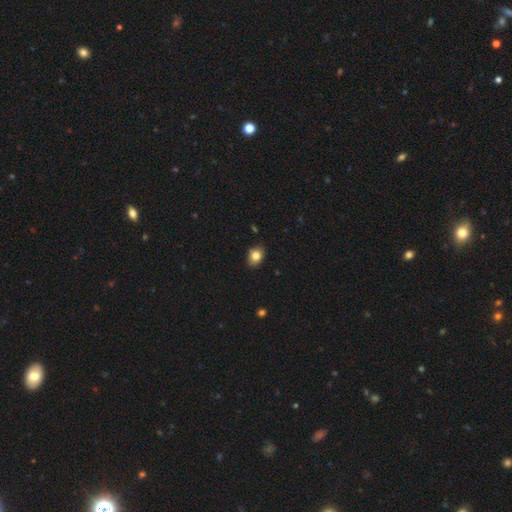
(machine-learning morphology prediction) smooth-or-featured: smooth: 82% | star or artifact: 10% | featured or disk: 9%
  how-rounded: in between: 63% | round: 36% | cigar-shaped: 1%
  merging: none: 84% | minor disturbance: 13% | major disturbance: 2% | merger: 1%